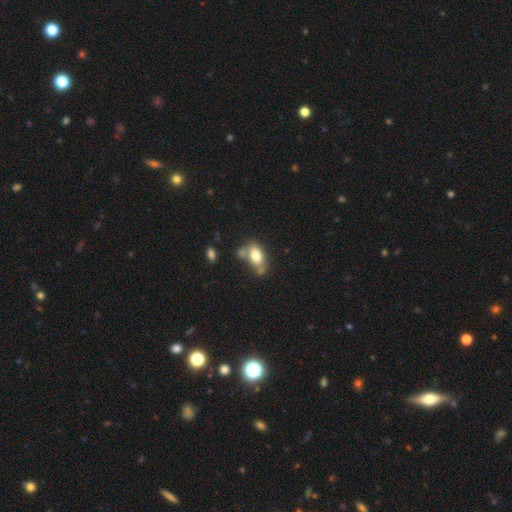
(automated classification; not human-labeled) The model was most divided on "merging": none: 47%, merger: 27%, minor disturbance: 18%, major disturbance: 7%. More confident: how rounded — in between (86%); smooth or featured — smooth (76%).